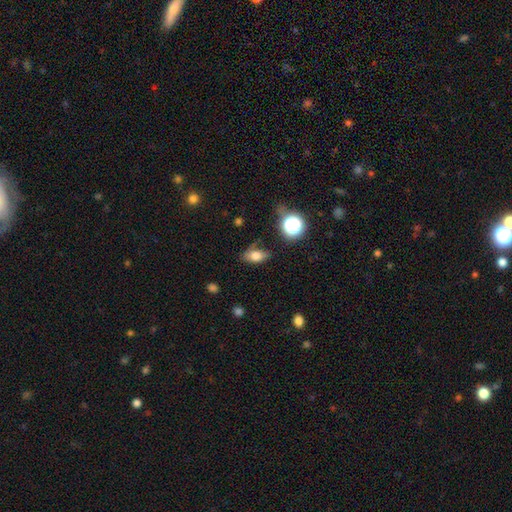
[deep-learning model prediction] Morphology: type=smooth (75%); roundness=in between (83%); merging=none (67%).